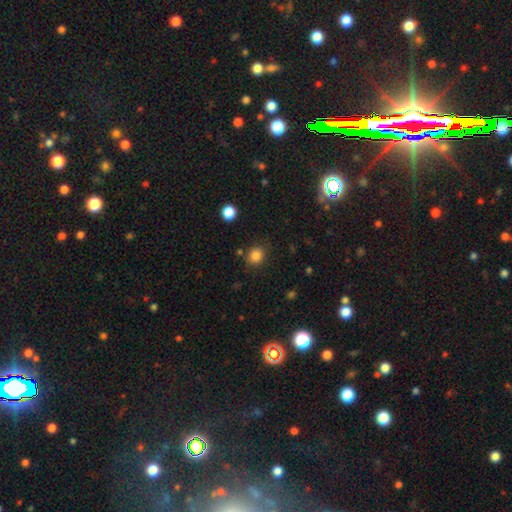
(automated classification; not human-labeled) Smooth or featured?
  - smooth: 83% *
  - star or artifact: 12%
  - featured or disk: 5%
How rounded?
  - round: 72% *
  - in between: 27%
  - cigar-shaped: 1%
Merging?
  - none: 83% *
  - minor disturbance: 10%
  - merger: 3%
  - major disturbance: 3%